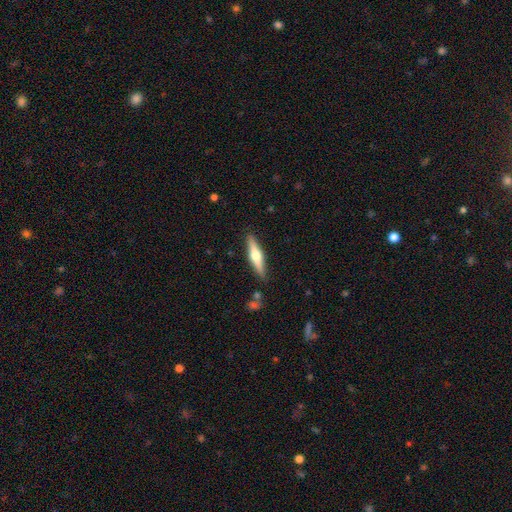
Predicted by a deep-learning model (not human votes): smooth_or_featured: featured or disk (p=0.59) [alt: smooth p=0.36]
disk_edge_on: yes (p=0.96) [alt: no p=0.04]
edge_on_bulge: rounded (p=0.93) [alt: boxy p=0.05]
merging: none (p=0.88) [alt: minor disturbance p=0.08]